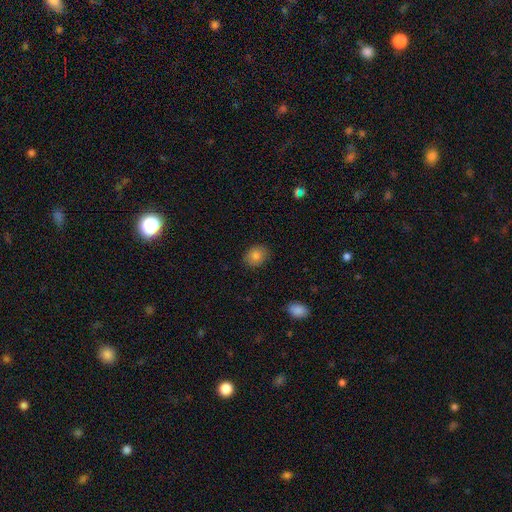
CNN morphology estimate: Smooth or featured: smooth — 81% (featured or disk — 10%)
How rounded: round — 52% (in between — 47%)
Merging: none — 87% (minor disturbance — 10%)